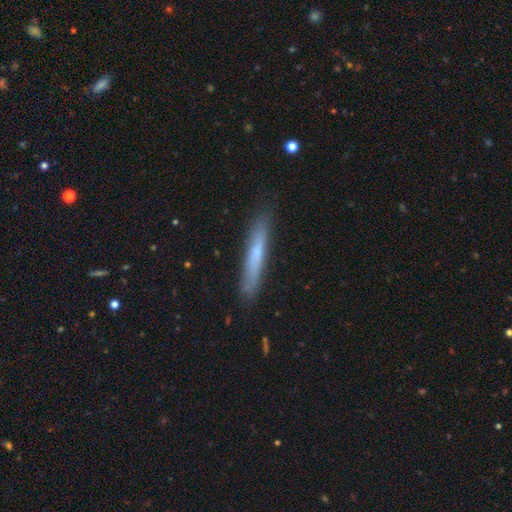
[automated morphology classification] This appears to be a smooth galaxy with no disk features (60%) that is cigar-shaped (94%). Merging: none (86%).